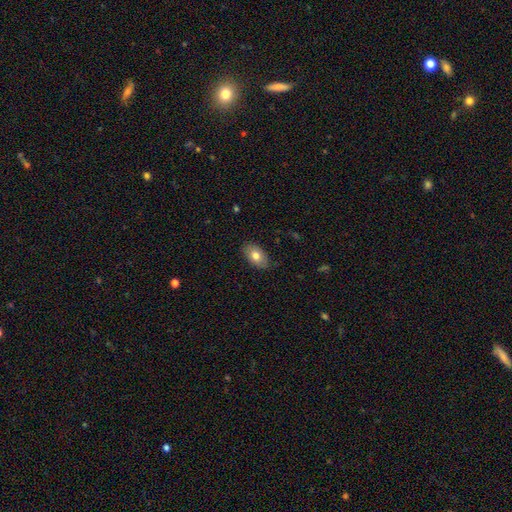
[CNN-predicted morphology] This is likely a smooth galaxy (77%). How rounded: clearly in between (92%). Merging: clearly none (85%).